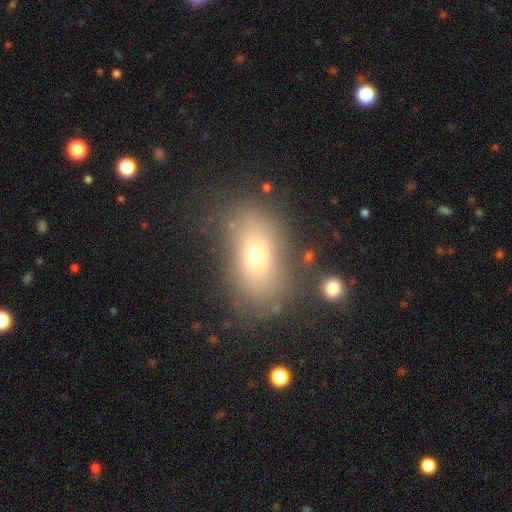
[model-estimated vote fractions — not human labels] smooth-or-featured: smooth: 63% | featured or disk: 22% | star or artifact: 15%
  how-rounded: in between: 80% | round: 16% | cigar-shaped: 4%
  merging: none: 74% | minor disturbance: 15% | major disturbance: 7% | merger: 4%